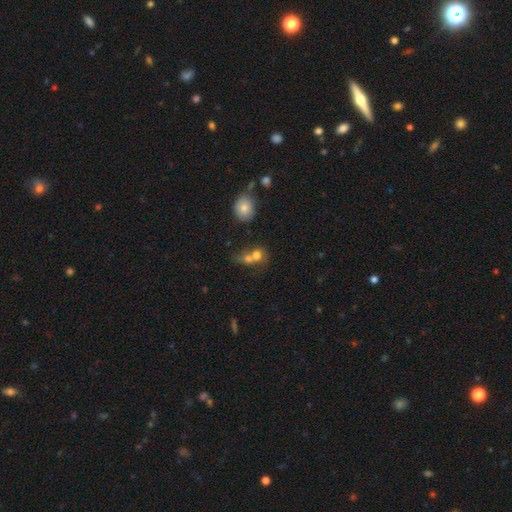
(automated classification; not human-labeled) smooth_or_featured: smooth (p=0.73) [alt: featured or disk p=0.15]
how_rounded: round (p=0.66) [alt: in between p=0.33]
merging: merger (p=0.62) [alt: none p=0.26]